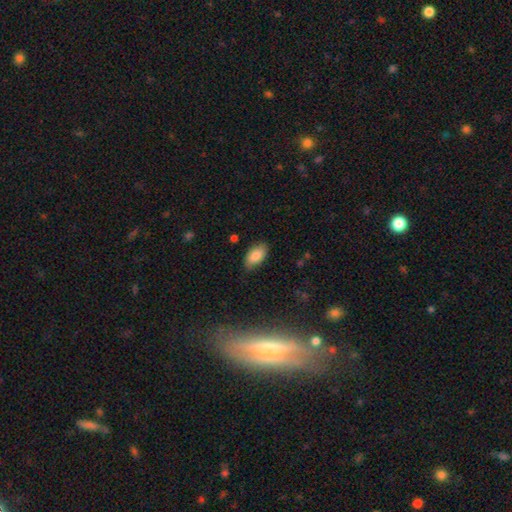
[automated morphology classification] Smooth or featured?
  - smooth: 84% *
  - featured or disk: 9%
  - star or artifact: 7%
How rounded?
  - in between: 94% *
  - round: 3%
  - cigar-shaped: 3%
Merging?
  - none: 79% *
  - minor disturbance: 17%
  - major disturbance: 3%
  - merger: 1%